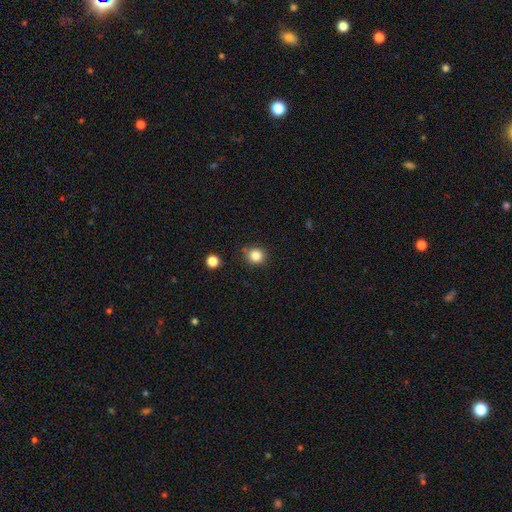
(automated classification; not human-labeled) smooth_or_featured: smooth (p=0.84) [alt: star or artifact p=0.12]
how_rounded: round (p=0.87) [alt: in between p=0.12]
merging: none (p=0.84) [alt: minor disturbance p=0.10]